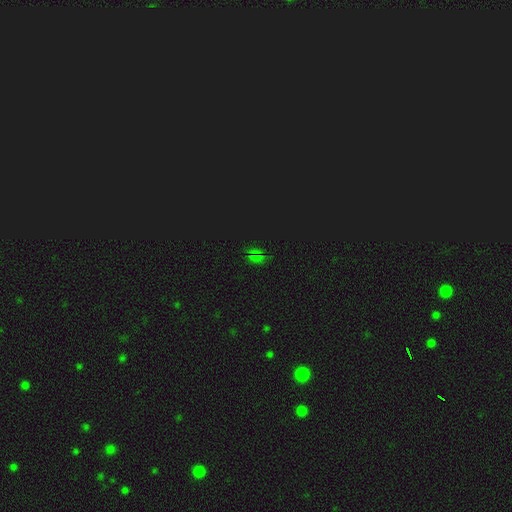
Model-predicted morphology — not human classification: Smooth or featured: star or artifact — 65% (smooth — 27%)